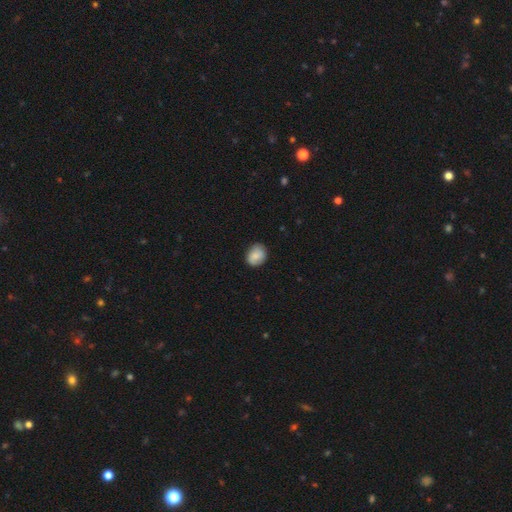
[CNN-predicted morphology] Q: Smooth or featured?
A: smooth (81%); runner-up: featured or disk (12%)
Q: How rounded?
A: in between (50%); runner-up: round (49%)
Q: Merging?
A: none (81%); runner-up: minor disturbance (16%)